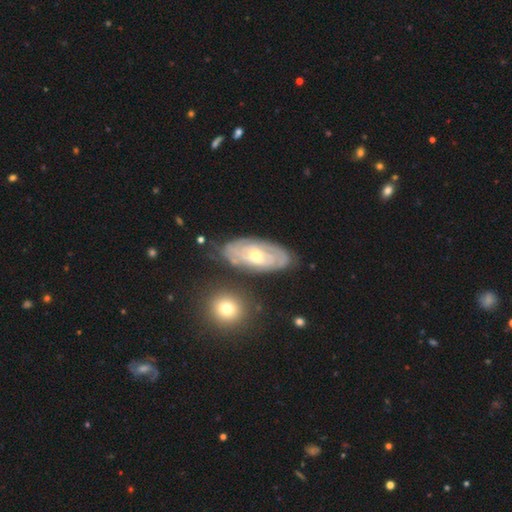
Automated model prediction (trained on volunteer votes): This is likely a featured or disk galaxy (79%). It is clearly not viewed edge-on (91%). Bar: possibly no (51%). Spiral arm pattern: clearly yes (85%). Spiral arm count: possibly can't tell (54%). Spiral winding: likely tight (75%). Central bulge: likely moderate (63%). Merging: likely none (75%).